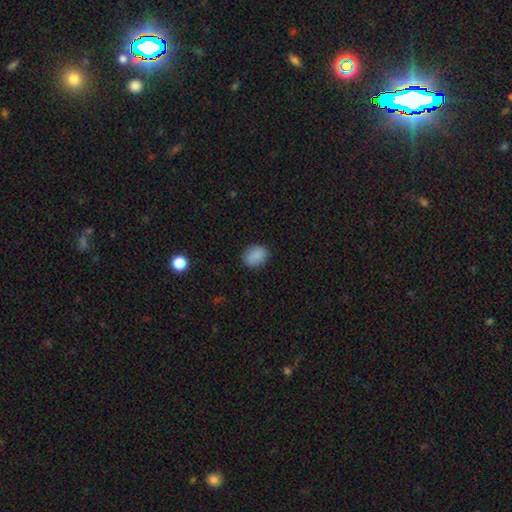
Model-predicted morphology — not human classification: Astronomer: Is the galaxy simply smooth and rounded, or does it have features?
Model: smooth — 86%.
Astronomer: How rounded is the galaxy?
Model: in between — 54% (runner-up: round, 45%).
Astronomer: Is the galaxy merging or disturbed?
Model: none — 84%.